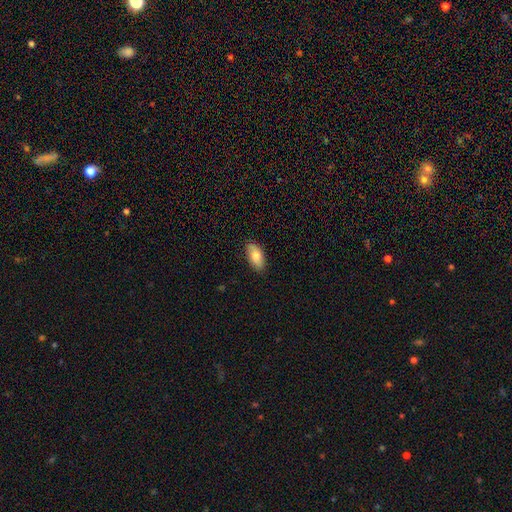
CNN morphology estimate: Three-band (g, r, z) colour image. It shows a smooth galaxy with no disk features (78%) that is in between round and cigar-shaped (93%). Merging: none (81%).